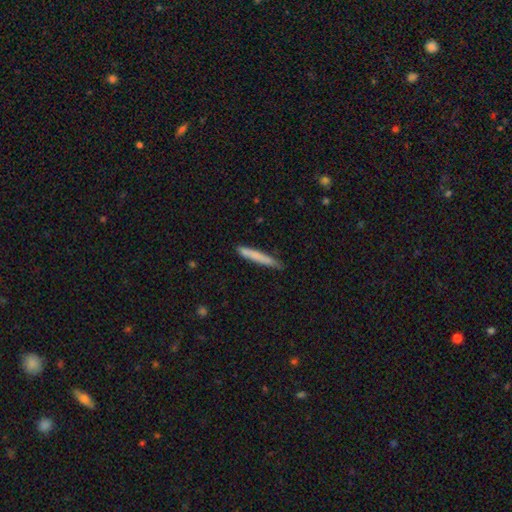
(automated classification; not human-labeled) The model was most divided on "smooth or featured": smooth: 74%, featured or disk: 20%, star or artifact: 6%. More confident: how rounded — cigar-shaped (96%); merging — none (80%).